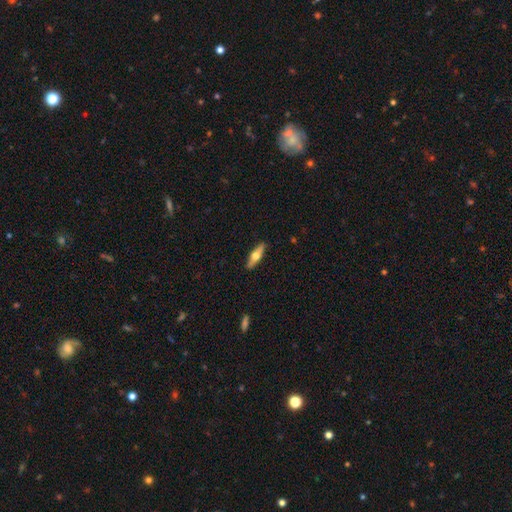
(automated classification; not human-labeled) smooth_or_featured: featured or disk (p=0.49) [alt: smooth p=0.45]
merging: none (p=0.90) [alt: minor disturbance p=0.08]